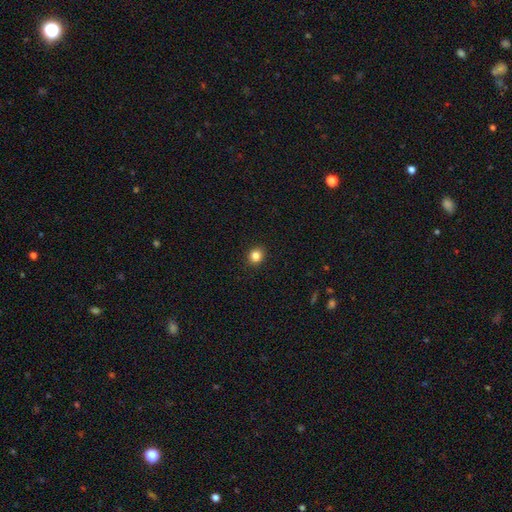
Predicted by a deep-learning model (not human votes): A smooth galaxy with no disk features (84%) that is round (71%).

Vote fractions:
- Smooth or featured? smooth: 84% / star or artifact: 11% / featured or disk: 5%
- How rounded? round: 71% / in between: 28% / cigar-shaped: 1%
- Merging? none: 91% / minor disturbance: 6% / major disturbance: 2% / merger: 1%